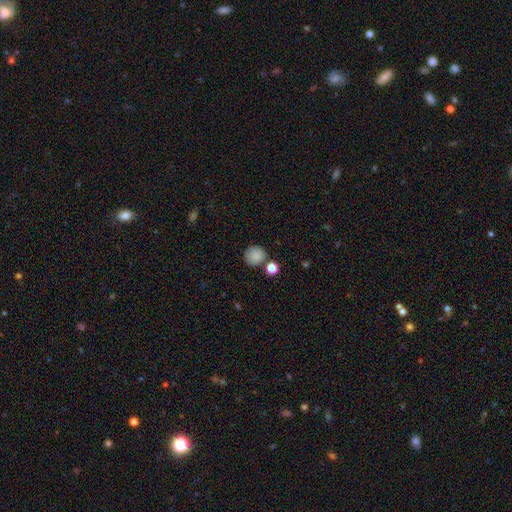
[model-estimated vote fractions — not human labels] This is clearly a smooth galaxy (85%). How rounded: clearly round (90%). Merging: likely none (75%).